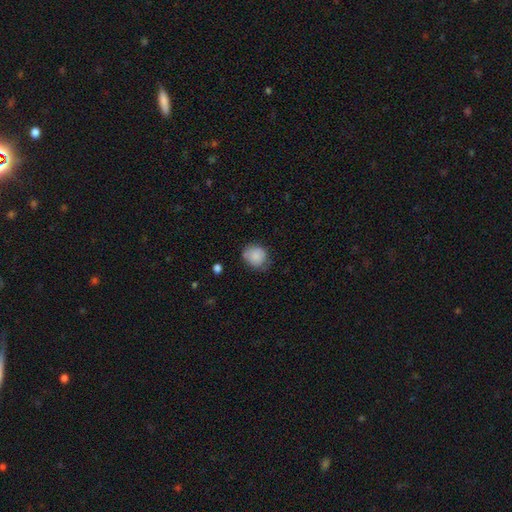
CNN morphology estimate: smooth_or_featured: smooth (p=0.84) [alt: featured or disk p=0.08]
how_rounded: round (p=0.75) [alt: in between p=0.24]
merging: none (p=0.62) [alt: minor disturbance p=0.28]